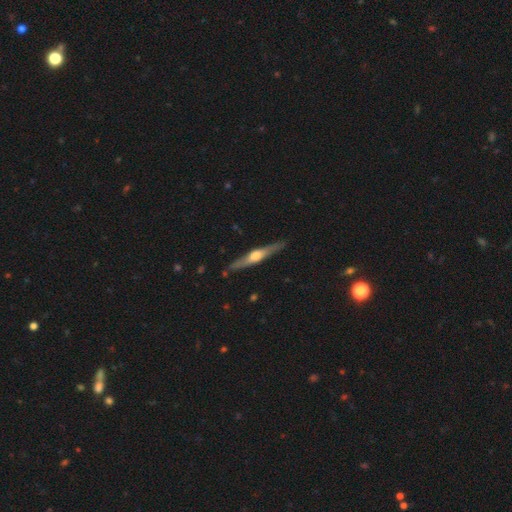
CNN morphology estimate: The model was most divided on "smooth or featured": featured or disk: 68%, smooth: 27%, star or artifact: 5%. More confident: edge-on disk — yes (96%); edge-on bulge — rounded (91%); merging — none (87%).